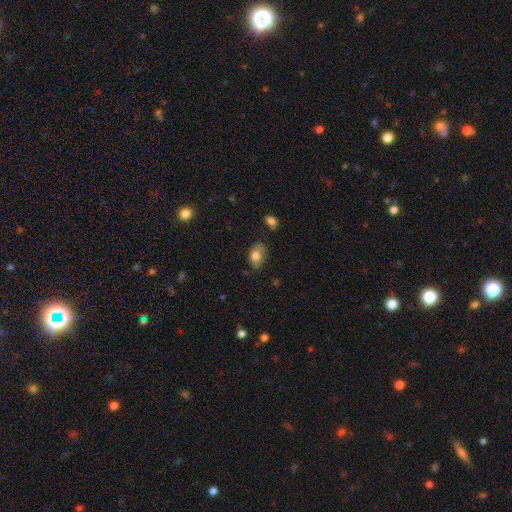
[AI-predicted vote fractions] This is likely a smooth galaxy (74%). How rounded: clearly in between (85%). Merging: possibly none (59%).